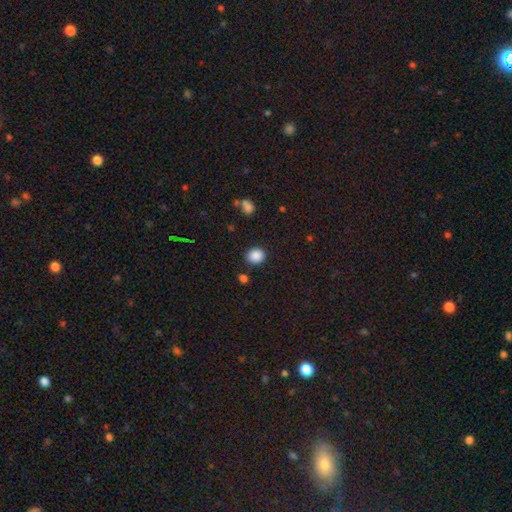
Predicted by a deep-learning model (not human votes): Smooth or featured?
  - smooth: 88% *
  - star or artifact: 9%
  - featured or disk: 3%
How rounded?
  - round: 69% *
  - in between: 30%
  - cigar-shaped: 1%
Merging?
  - none: 85% *
  - minor disturbance: 9%
  - major disturbance: 3%
  - merger: 3%